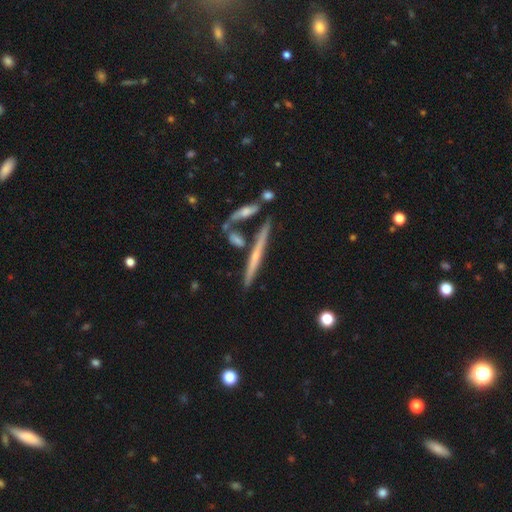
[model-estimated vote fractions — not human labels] smooth_or_featured: featured or disk (p=0.62) [alt: smooth p=0.30]
disk_edge_on: yes (p=0.96) [alt: no p=0.04]
edge_on_bulge: none (p=0.52) [alt: rounded p=0.42]
merging: none (p=0.76) [alt: merger p=0.12]